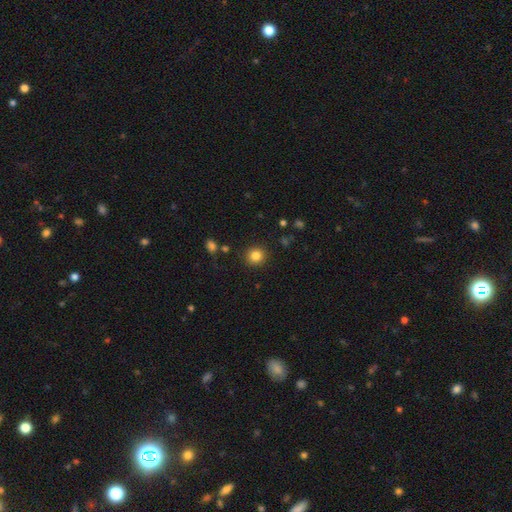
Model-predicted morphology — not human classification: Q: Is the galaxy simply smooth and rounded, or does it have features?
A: smooth — 84%.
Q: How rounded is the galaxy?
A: round — 91%.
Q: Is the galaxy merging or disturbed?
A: none — 90%.